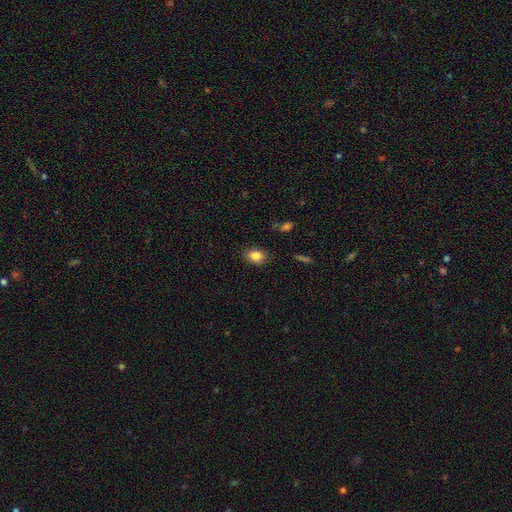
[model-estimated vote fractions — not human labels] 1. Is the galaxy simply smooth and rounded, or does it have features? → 85% smooth, 9% star or artifact, 6% featured or disk.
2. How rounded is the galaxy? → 70% in between, 29% round, 1% cigar-shaped.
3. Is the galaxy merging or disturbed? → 84% none, 12% minor disturbance, 3% major disturbance, 1% merger.